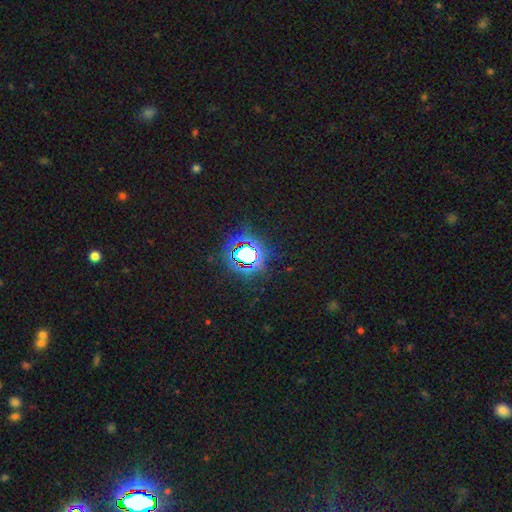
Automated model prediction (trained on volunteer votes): Q: Smooth or featured?
A: star or artifact (81%); runner-up: smooth (12%)